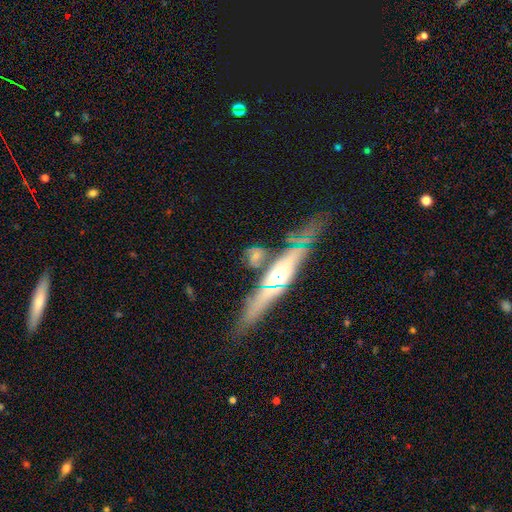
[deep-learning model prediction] A featured or disk galaxy (49%). Merging: none (64%).